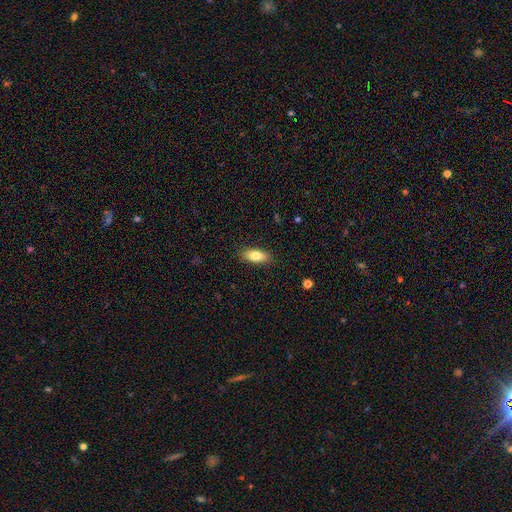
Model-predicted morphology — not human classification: Smooth or featured?
  - smooth: 82% *
  - featured or disk: 11%
  - star or artifact: 7%
How rounded?
  - in between: 80% *
  - cigar-shaped: 18%
  - round: 3%
Merging?
  - none: 88% *
  - minor disturbance: 9%
  - major disturbance: 2%
  - merger: 1%